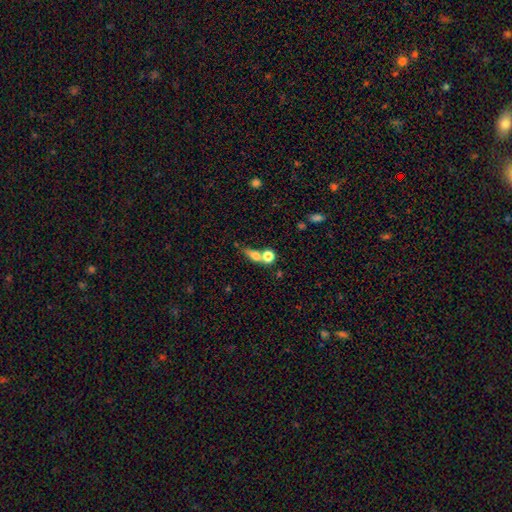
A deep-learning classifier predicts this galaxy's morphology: Smooth or featured? smooth (67%)
How rounded? in between (43%)
Merging? merger (45%)